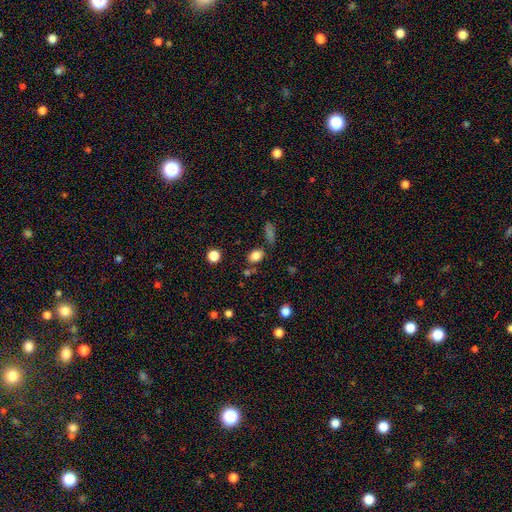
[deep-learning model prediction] Morphology: type=smooth (82%); roundness=in between (71%); merging=none (74%).